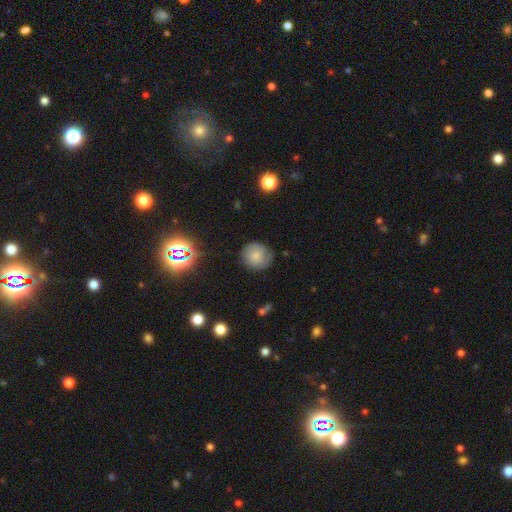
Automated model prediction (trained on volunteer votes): Smooth or featured? smooth (71%)
How rounded? round (86%)
Merging? none (77%)